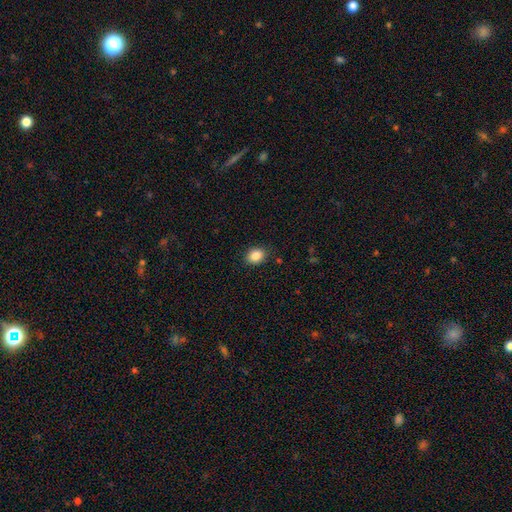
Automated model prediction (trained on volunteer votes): Smooth or featured?
  - smooth: 86% *
  - star or artifact: 9%
  - featured or disk: 5%
How rounded?
  - in between: 53% *
  - round: 46%
  - cigar-shaped: 1%
Merging?
  - none: 86% *
  - minor disturbance: 10%
  - major disturbance: 3%
  - merger: 1%